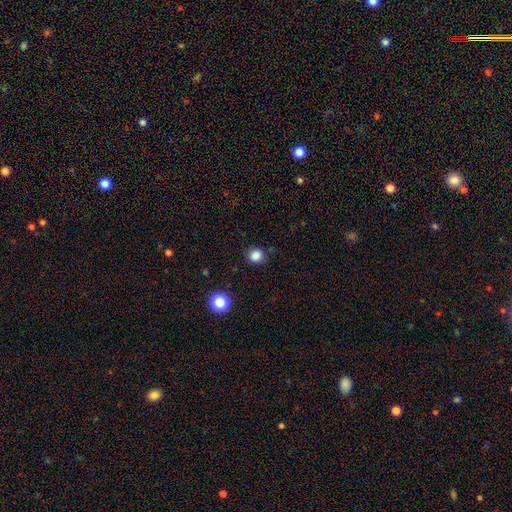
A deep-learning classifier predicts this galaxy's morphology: A smooth galaxy with no disk features (84%) that is round (88%).

Vote fractions:
- Smooth or featured? smooth: 84% / star or artifact: 13% / featured or disk: 3%
- How rounded? round: 88% / in between: 11% / cigar-shaped: 1%
- Merging? none: 87% / minor disturbance: 9% / major disturbance: 3% / merger: 2%